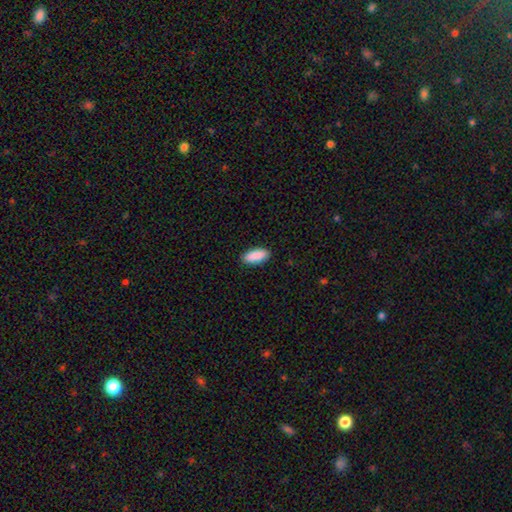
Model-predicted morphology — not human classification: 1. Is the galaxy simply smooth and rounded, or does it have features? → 91% smooth, 6% star or artifact, 3% featured or disk.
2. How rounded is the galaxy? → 83% in between, 15% cigar-shaped, 2% round.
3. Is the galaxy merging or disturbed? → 89% none, 8% minor disturbance, 2% major disturbance, 1% merger.